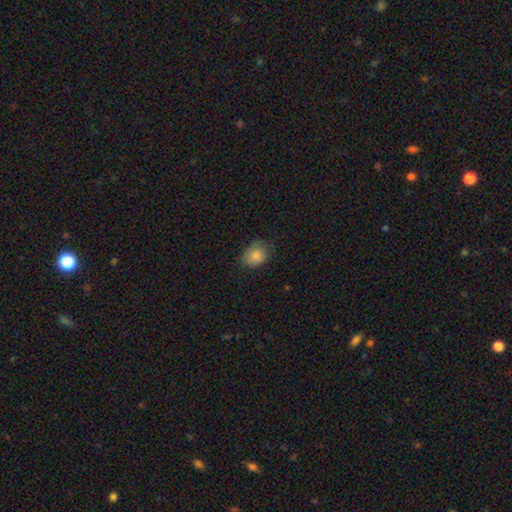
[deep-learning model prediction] A smooth galaxy with no disk features (85%) that is in between round and cigar-shaped (56%).

Vote fractions:
- Smooth or featured? smooth: 85% / star or artifact: 8% / featured or disk: 7%
- How rounded? in between: 56% / round: 43% / cigar-shaped: 1%
- Merging? none: 63% / minor disturbance: 28% / major disturbance: 7% / merger: 1%